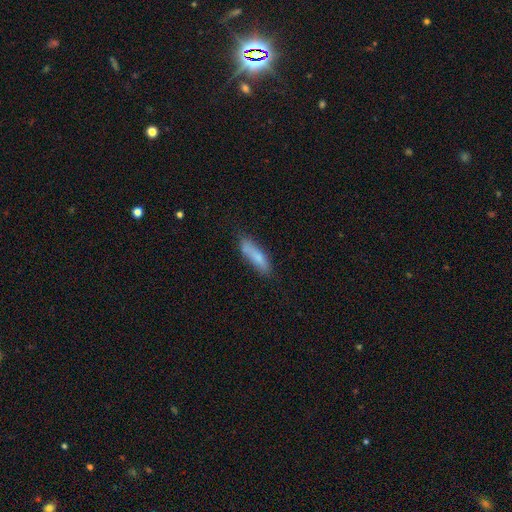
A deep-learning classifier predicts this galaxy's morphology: This is likely a smooth galaxy (78%). How rounded: likely cigar-shaped (65%). Merging: likely none (68%).